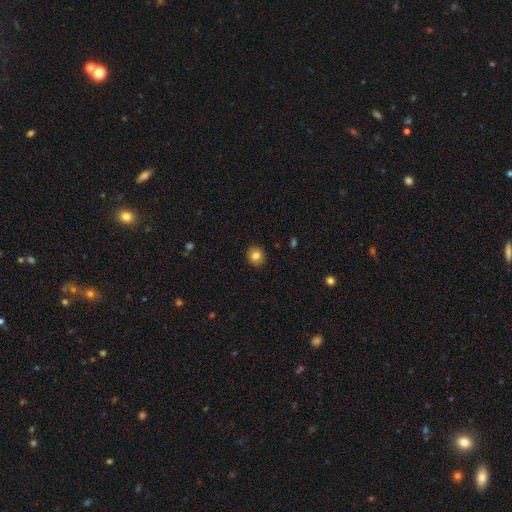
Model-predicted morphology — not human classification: type=smooth (83%); roundness=round (86%); merging=none (90%).